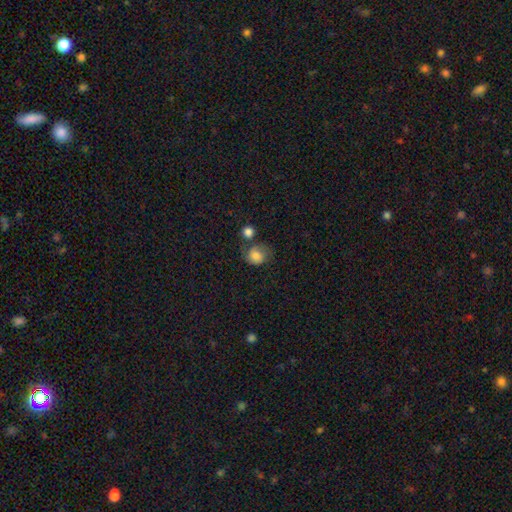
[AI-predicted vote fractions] smooth 73%, featured or disk 17%, star or artifact 10%. Down the decision tree: how rounded — round (72%); merging — none (47%).